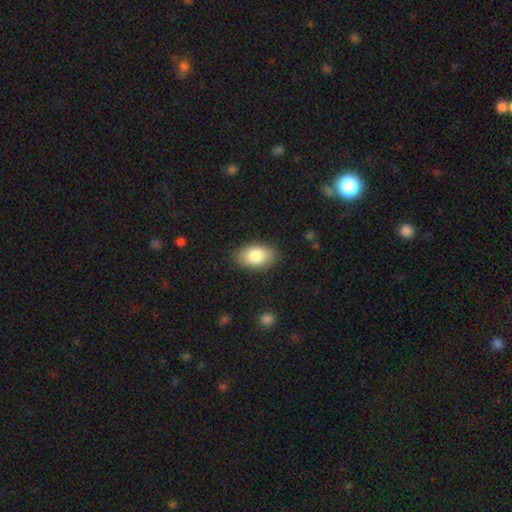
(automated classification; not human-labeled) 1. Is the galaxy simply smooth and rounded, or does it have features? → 83% smooth, 10% featured or disk, 7% star or artifact.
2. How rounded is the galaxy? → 91% in between, 8% round, 1% cigar-shaped.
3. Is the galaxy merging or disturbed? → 86% none, 10% minor disturbance, 3% major disturbance, 1% merger.